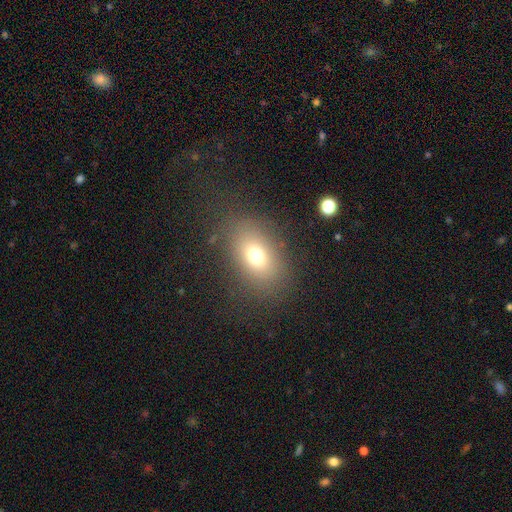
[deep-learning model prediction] Smooth or featured?
  - smooth: 69% *
  - star or artifact: 17%
  - featured or disk: 14%
How rounded?
  - in between: 70% *
  - round: 29%
  - cigar-shaped: 2%
Merging?
  - none: 80% *
  - minor disturbance: 11%
  - major disturbance: 8%
  - merger: 1%